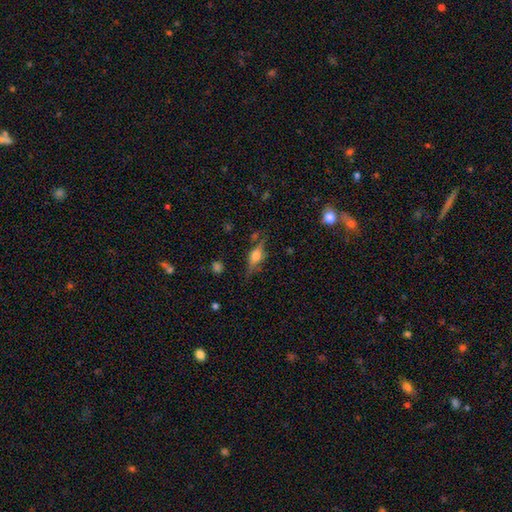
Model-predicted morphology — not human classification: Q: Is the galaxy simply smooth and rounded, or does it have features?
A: featured or disk — 53%.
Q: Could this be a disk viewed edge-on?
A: yes — 91%.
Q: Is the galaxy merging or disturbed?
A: none — 74%.